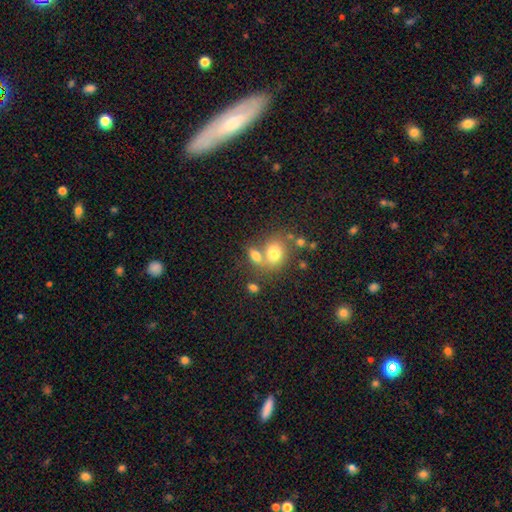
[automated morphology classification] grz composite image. It shows a smooth galaxy with no disk features (74%) that is in between round and cigar-shaped (65%). Merging: merger (46%).